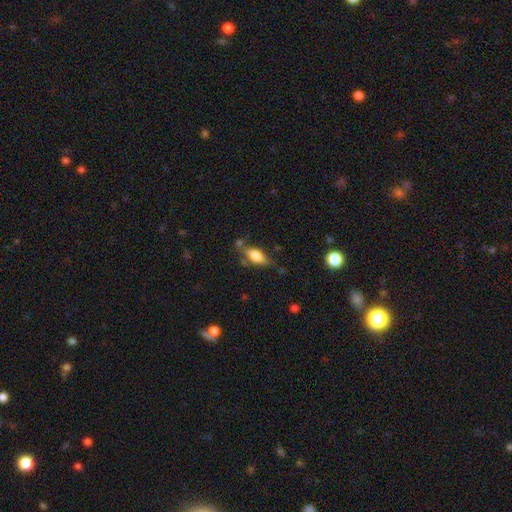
This appears to be a smooth galaxy with no disk features (69%) that is in between round and cigar-shaped (67%). Merging: none (58%).